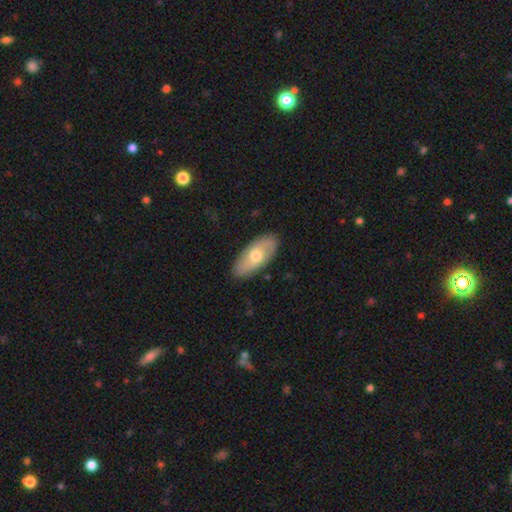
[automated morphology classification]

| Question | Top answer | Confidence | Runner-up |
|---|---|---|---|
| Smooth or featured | smooth | 58% | featured or disk (36%) |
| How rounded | in between | 88% | cigar-shaped (9%) |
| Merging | none | 87% | minor disturbance (10%) |